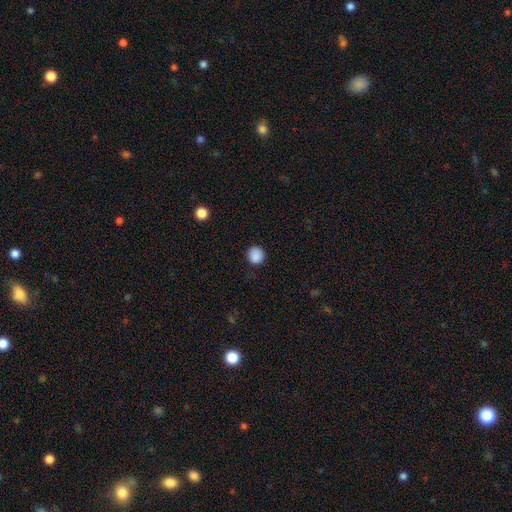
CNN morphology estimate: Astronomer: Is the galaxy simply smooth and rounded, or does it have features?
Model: smooth — 88%.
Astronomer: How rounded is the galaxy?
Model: round — 92%.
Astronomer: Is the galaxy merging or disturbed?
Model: none — 89%.